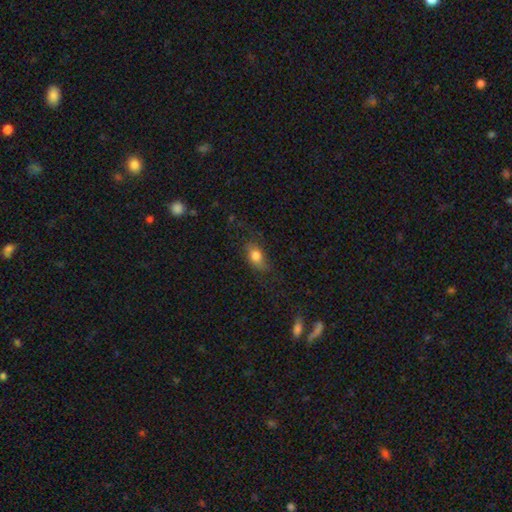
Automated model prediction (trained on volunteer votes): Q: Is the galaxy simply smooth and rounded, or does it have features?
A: smooth — 76%.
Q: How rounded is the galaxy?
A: in between — 81%.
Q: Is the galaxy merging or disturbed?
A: none — 66%.